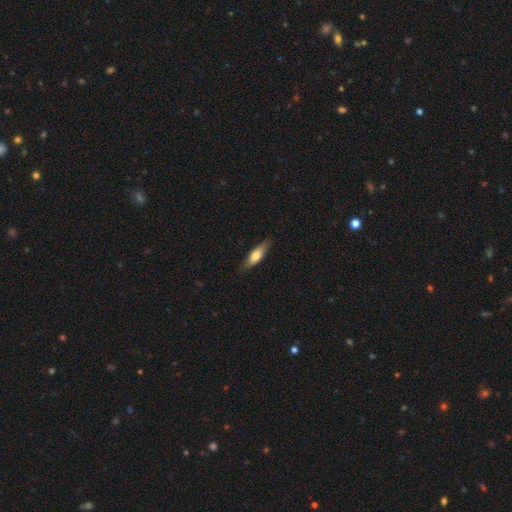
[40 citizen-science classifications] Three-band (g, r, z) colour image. It shows a smooth galaxy with no disk features (60%) that is cigar-shaped (54%). Merging: none (71%).